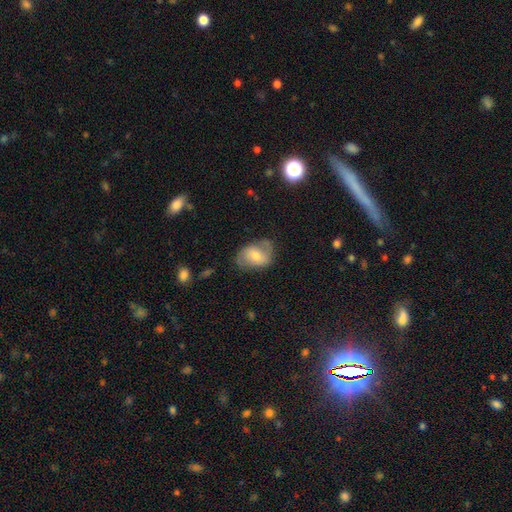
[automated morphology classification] Smooth or featured?
  - featured or disk: 47% *
  - smooth: 45%
  - star or artifact: 7%
Merging?
  - none: 60% *
  - minor disturbance: 26%
  - major disturbance: 12%
  - merger: 2%